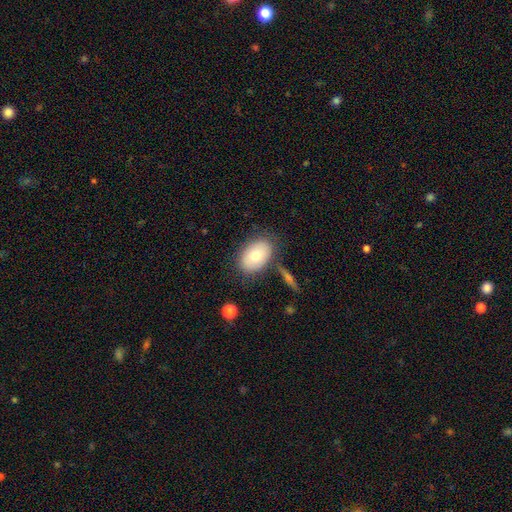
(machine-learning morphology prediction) The model was most divided on "smooth or featured": smooth: 75%, featured or disk: 18%, star or artifact: 7%. More confident: how rounded — in between (87%); merging — none (76%).